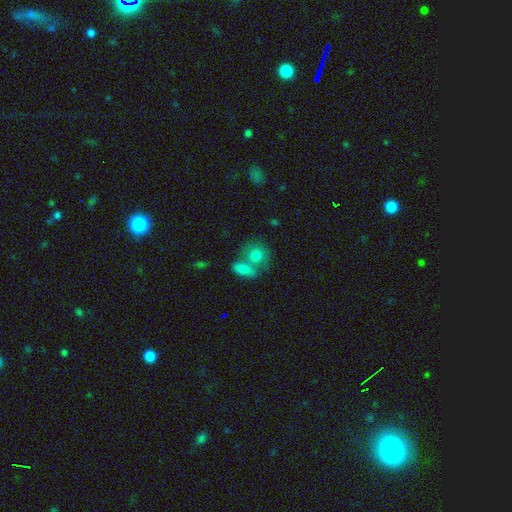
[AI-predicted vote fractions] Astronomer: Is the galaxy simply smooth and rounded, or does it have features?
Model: smooth — 79%.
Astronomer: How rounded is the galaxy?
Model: round — 66%.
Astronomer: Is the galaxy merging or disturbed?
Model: none — 43% (runner-up: merger, 41%).